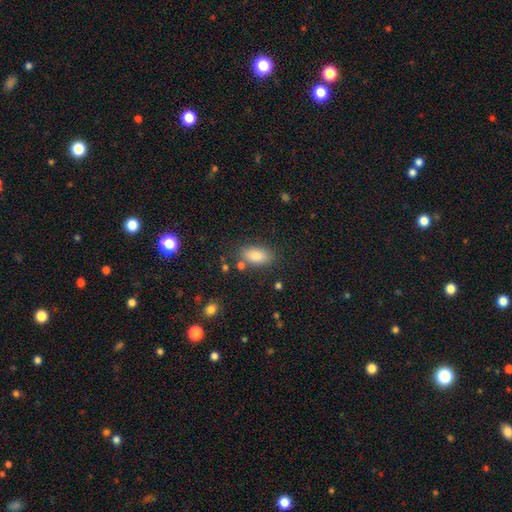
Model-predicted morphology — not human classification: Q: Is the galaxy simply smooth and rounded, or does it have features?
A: smooth — 83%.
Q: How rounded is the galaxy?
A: in between — 89%.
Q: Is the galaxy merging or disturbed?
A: none — 80%.